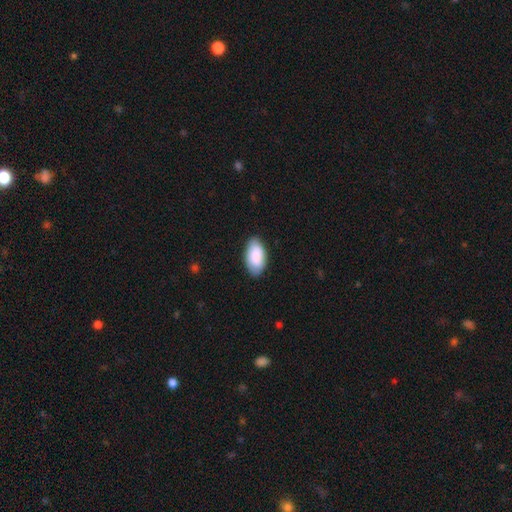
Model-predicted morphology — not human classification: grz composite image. It shows a smooth galaxy with no disk features (88%) that is in between round and cigar-shaped (96%). Merging: none (82%).